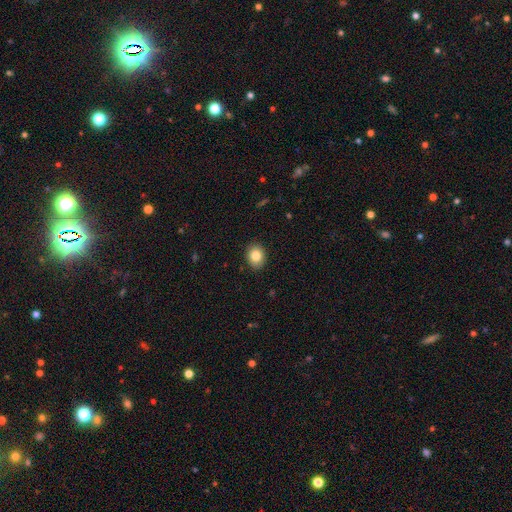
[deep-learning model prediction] Morphology: type=smooth (84%); roundness=in between (52%); merging=none (90%).